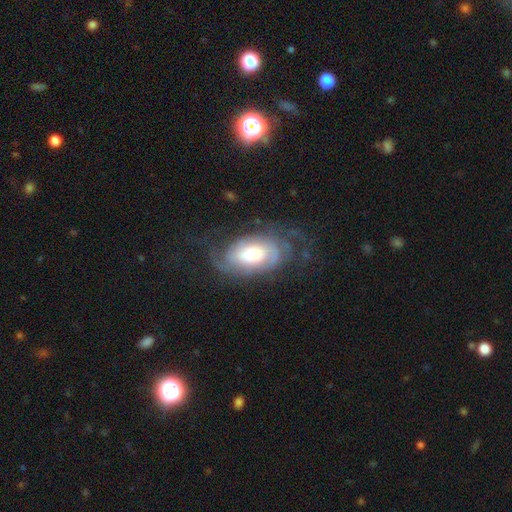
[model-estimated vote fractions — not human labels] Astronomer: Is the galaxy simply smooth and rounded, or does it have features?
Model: featured or disk — 77%.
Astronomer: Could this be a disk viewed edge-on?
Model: no — 95%.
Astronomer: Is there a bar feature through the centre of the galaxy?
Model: no — 65%.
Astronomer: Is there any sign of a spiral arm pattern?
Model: yes — 91%.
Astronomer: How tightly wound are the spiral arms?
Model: tight — 48% (runner-up: medium, 35%).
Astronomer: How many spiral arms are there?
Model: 2 — 39% (runner-up: can't tell, 33%).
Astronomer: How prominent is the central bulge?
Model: moderate — 40% (runner-up: large, 39%).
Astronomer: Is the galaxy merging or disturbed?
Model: none — 59%.